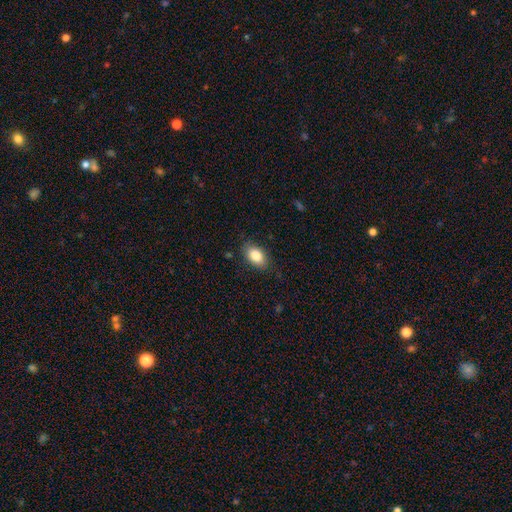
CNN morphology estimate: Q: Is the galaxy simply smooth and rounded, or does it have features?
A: smooth — 85%.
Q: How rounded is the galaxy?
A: in between — 90%.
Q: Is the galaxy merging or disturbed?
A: none — 83%.